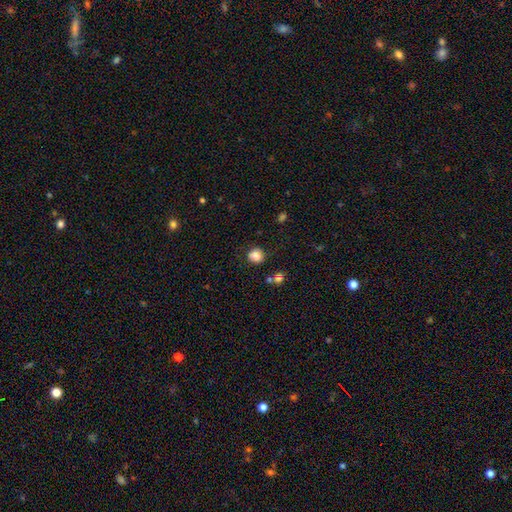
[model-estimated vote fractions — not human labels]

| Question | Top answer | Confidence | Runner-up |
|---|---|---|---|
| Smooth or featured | smooth | 84% | star or artifact (11%) |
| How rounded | round | 85% | in between (15%) |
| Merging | none | 82% | minor disturbance (11%) |